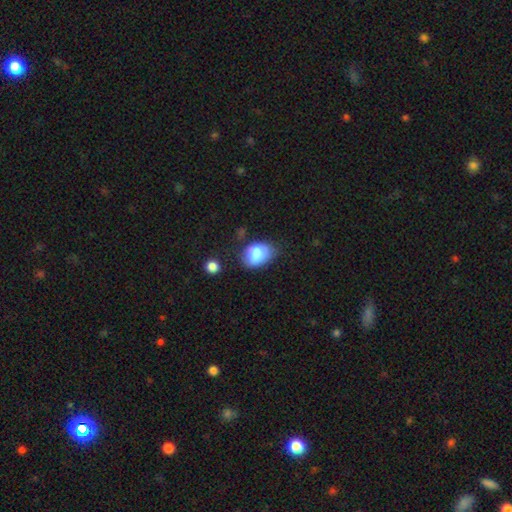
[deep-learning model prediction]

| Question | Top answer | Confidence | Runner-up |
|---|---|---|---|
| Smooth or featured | smooth | 84% | featured or disk (8%) |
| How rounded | in between | 79% | round (20%) |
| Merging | none | 54% | minor disturbance (32%) |